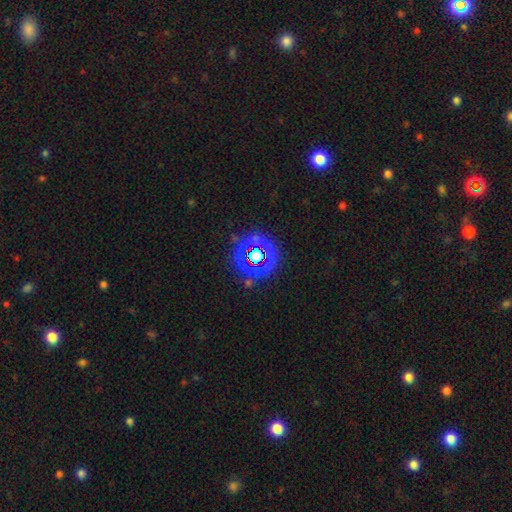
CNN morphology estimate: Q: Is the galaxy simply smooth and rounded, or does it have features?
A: star or artifact — 70%.